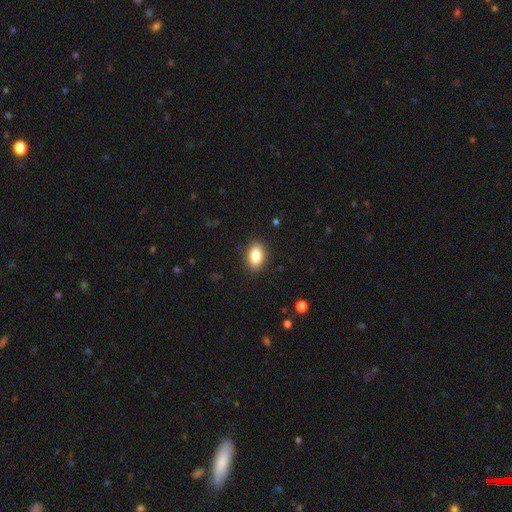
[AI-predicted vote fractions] smooth_or_featured: smooth (p=0.85) [alt: star or artifact p=0.08]
how_rounded: in between (p=0.85) [alt: round p=0.14]
merging: none (p=0.89) [alt: minor disturbance p=0.08]